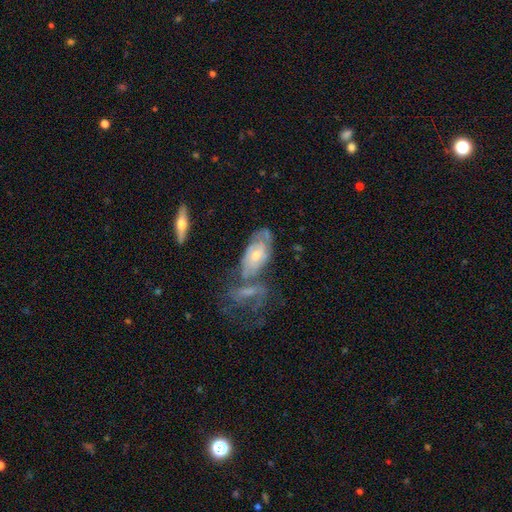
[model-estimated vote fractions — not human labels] A featured or disk galaxy (63%) with no bar (64%), spiral arms (70%) and a moderate central bulge (53%).

Vote fractions:
- Smooth or featured? featured or disk: 63% / smooth: 30% / star or artifact: 7%
- Edge-on disk? no: 90% / yes: 10%
- Bar? no: 64% / weak: 29% / strong: 7%
- Spiral arms? yes: 70% / no: 30%
- Bulge size? moderate: 53% / small: 37% / large: 5% / none: 3% / dominant: 1%
- Merging? none: 38% / merger: 30% / minor disturbance: 19% / major disturbance: 13%